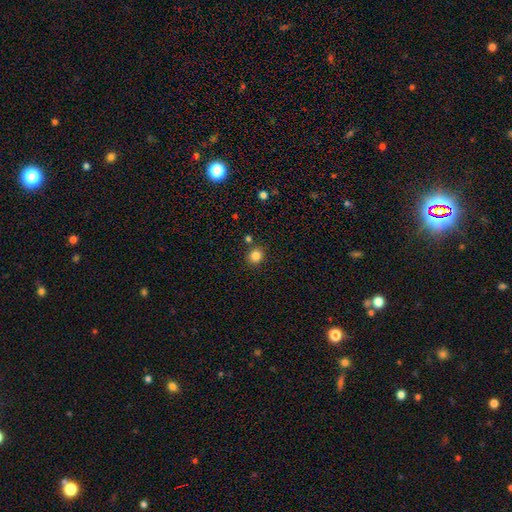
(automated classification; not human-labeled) smooth 84%, star or artifact 12%, featured or disk 5%. Down the decision tree: how rounded — round (83%); merging — none (84%).